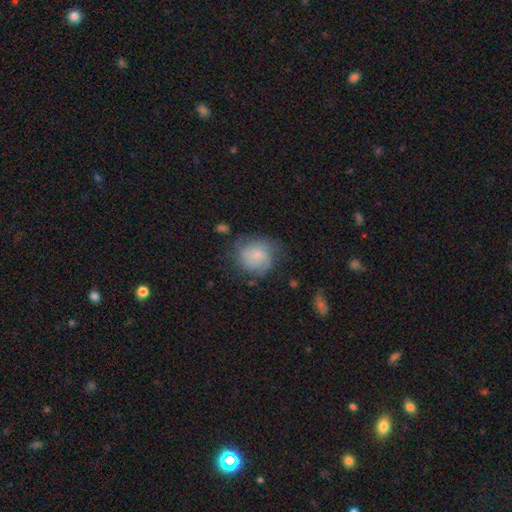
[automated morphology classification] Q: Smooth or featured?
A: smooth (63%); runner-up: featured or disk (29%)
Q: How rounded?
A: round (78%); runner-up: in between (21%)
Q: Merging?
A: none (56%); runner-up: minor disturbance (27%)